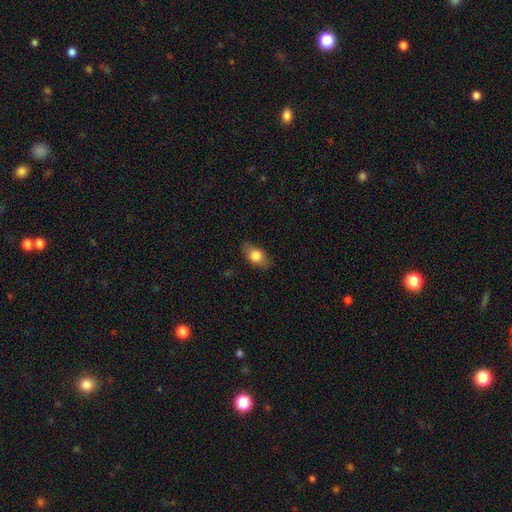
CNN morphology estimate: Smooth or featured? smooth (76%)
How rounded? in between (82%)
Merging? none (81%)